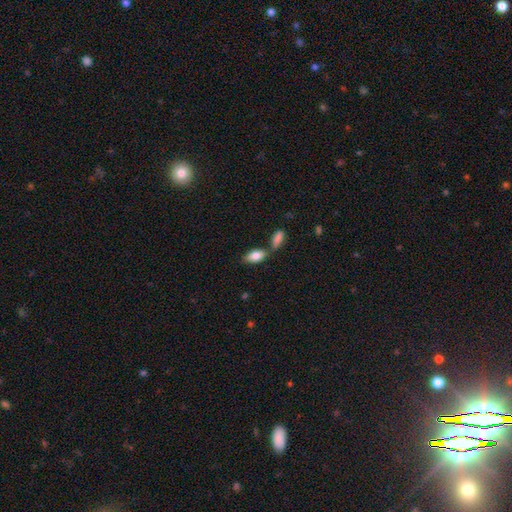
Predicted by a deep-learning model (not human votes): Smooth or featured: smooth — 82% (featured or disk — 12%)
How rounded: in between — 87% (cigar-shaped — 10%)
Merging: none — 58% (merger — 26%)